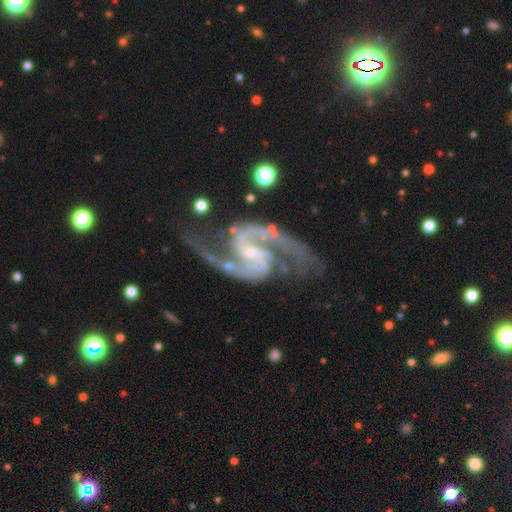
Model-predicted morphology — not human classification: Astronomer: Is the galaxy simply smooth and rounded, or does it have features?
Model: featured or disk — 94%.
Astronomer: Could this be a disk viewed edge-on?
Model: no — 98%.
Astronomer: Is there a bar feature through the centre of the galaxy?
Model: weak — 51% (runner-up: no, 28%).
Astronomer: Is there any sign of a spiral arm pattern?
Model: yes — 99%.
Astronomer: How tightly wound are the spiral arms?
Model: medium — 63%.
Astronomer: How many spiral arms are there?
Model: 2 — 94%.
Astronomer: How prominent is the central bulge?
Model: small — 67%.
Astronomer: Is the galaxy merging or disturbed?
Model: none — 71%.